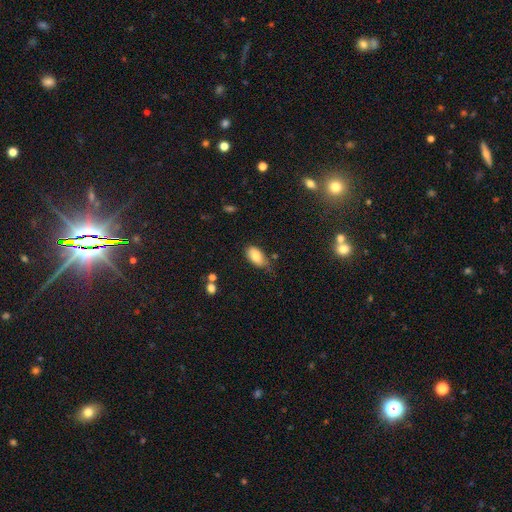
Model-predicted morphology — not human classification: Overall: smooth (81%). How rounded: in between (93%). Merging: none (55%; minor disturbance 34%).